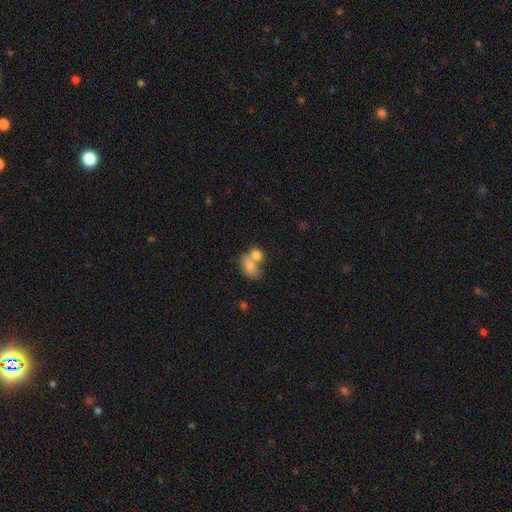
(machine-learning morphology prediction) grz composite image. It shows a smooth galaxy with no disk features (77%) that is in between round and cigar-shaped (69%). Merging: merger (64%).